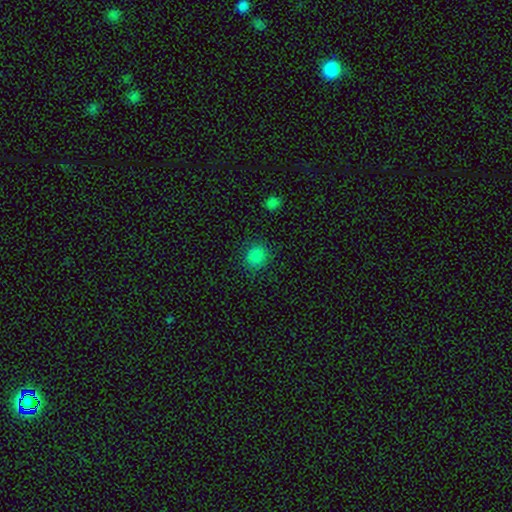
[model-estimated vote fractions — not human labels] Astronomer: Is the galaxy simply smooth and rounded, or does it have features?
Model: smooth — 84%.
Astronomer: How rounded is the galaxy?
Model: round — 80%.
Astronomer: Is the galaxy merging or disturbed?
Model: none — 88%.